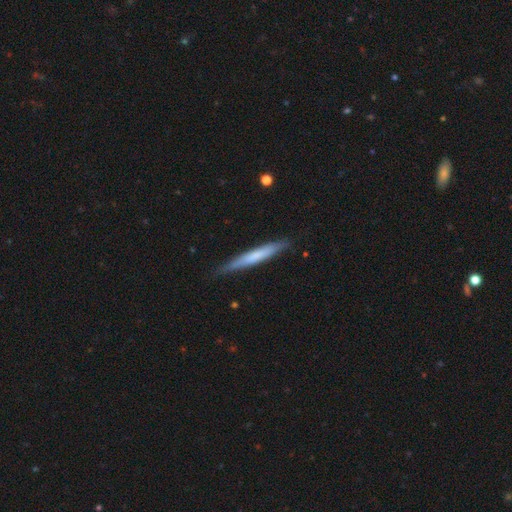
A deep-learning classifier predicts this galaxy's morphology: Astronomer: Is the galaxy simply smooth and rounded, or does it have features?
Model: smooth — 58% (runner-up: featured or disk, 37%).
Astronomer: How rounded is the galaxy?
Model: cigar-shaped — 96%.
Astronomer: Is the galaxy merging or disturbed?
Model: none — 84%.